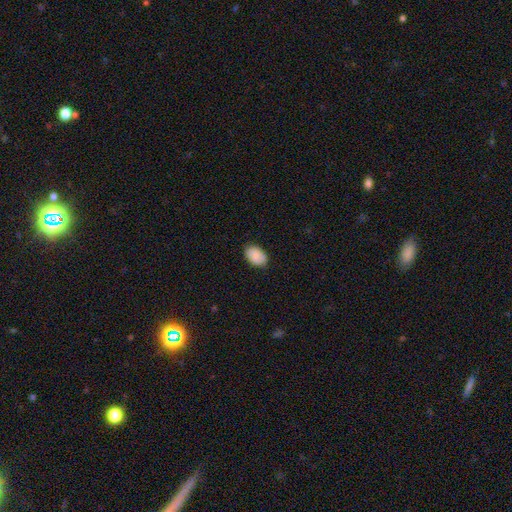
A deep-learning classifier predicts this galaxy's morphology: type=smooth (86%); roundness=in between (88%); merging=none (85%).